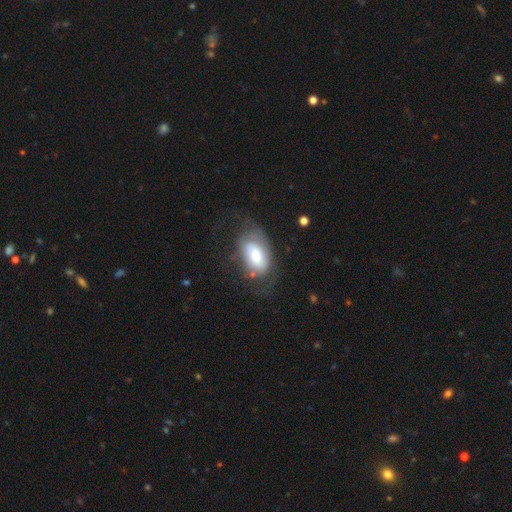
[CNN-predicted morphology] Overall: smooth (52%; featured or disk 41%). How rounded: in between (90%). Merging: none (49%; minor disturbance 26%).